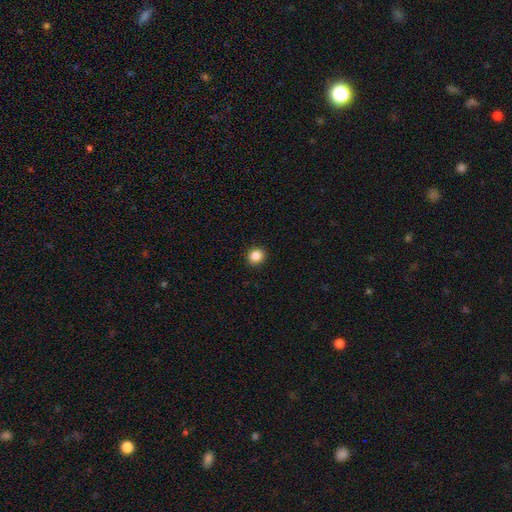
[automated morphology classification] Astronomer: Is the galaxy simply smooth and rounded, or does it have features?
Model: smooth — 86%.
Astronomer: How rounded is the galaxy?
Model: round — 84%.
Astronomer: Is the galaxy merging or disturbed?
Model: none — 92%.